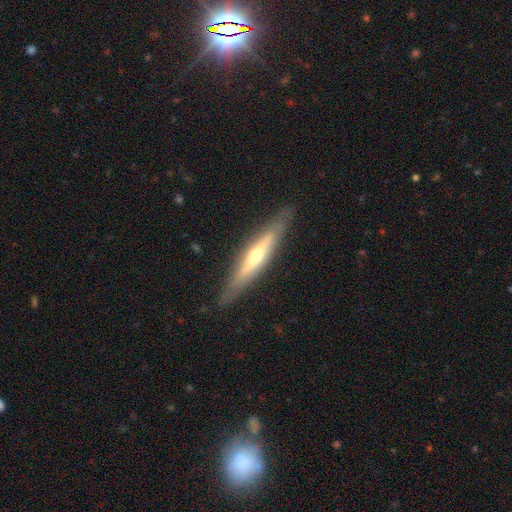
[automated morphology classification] This is likely a featured or disk galaxy (63%). It is clearly viewed edge-on (87%). Edge-on bulge: clearly rounded (82%). Merging: clearly none (86%).